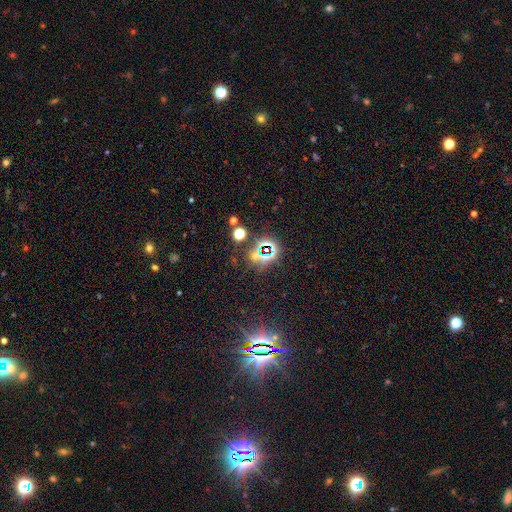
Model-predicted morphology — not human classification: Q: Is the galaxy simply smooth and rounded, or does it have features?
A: star or artifact — 70%.